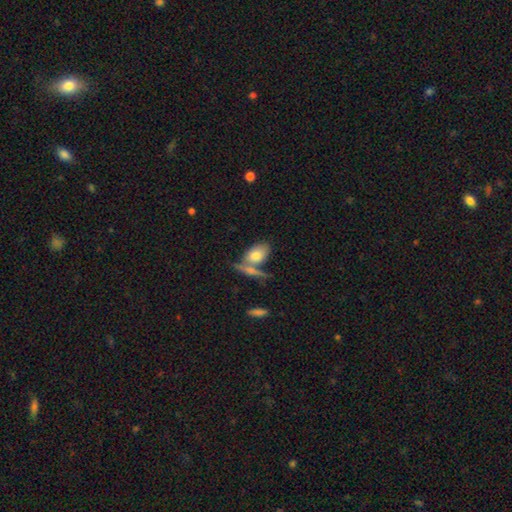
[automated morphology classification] Smooth or featured? Predicted: smooth (p=0.76). How rounded? Predicted: in between (p=0.86). Merging? Predicted: none (p=0.43).